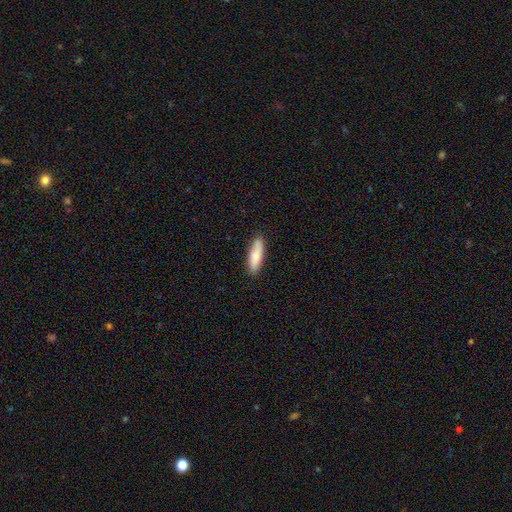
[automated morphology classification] Smooth or featured?
  - smooth: 79% *
  - featured or disk: 15%
  - star or artifact: 6%
How rounded?
  - cigar-shaped: 61% *
  - in between: 37%
  - round: 2%
Merging?
  - none: 87% *
  - minor disturbance: 10%
  - major disturbance: 2%
  - merger: 1%